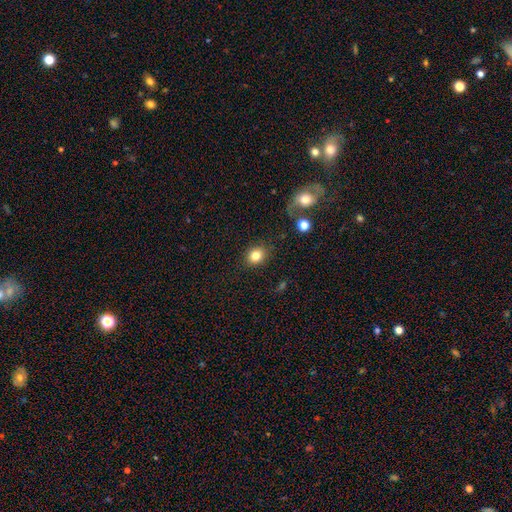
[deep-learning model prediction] This is clearly a smooth galaxy (82%). How rounded: likely round (64%). Merging: clearly none (85%).